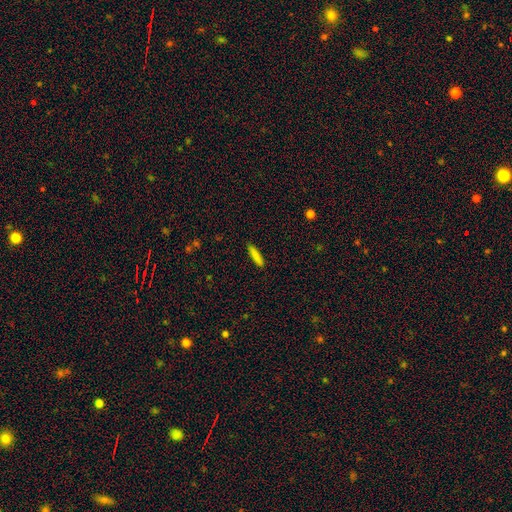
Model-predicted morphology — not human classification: This appears to be a smooth galaxy with no disk features (84%) that is cigar-shaped (87%). Merging: none (89%).